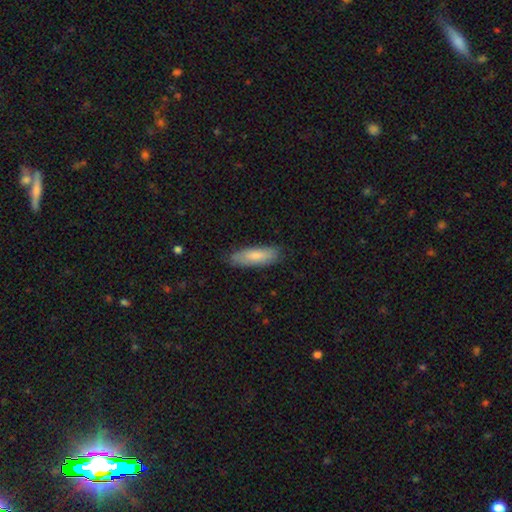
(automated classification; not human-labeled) Overall: smooth (78%). How rounded: in between (54%; cigar-shaped 45%). Merging: none (80%).